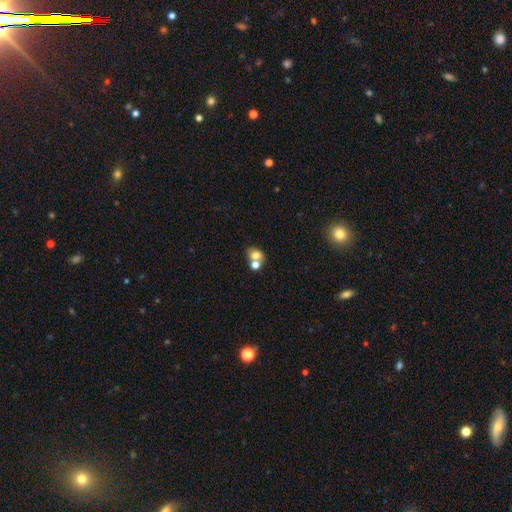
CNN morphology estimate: The model was most divided on "how rounded": in between: 50%, round: 48%, cigar-shaped: 1%. Remaining: smooth or featured — smooth (72%); merging — merger (48%).